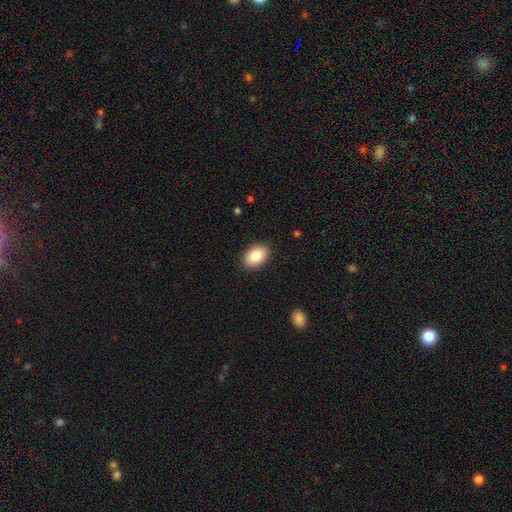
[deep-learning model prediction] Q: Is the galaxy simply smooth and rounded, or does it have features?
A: smooth — 85%.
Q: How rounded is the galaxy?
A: in between — 87%.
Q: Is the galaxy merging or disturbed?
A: none — 89%.